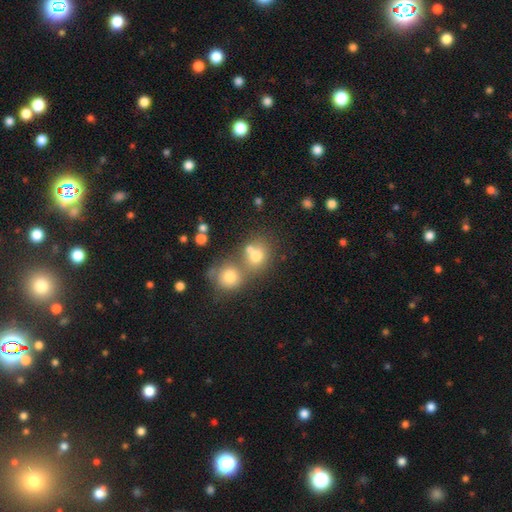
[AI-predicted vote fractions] Smooth or featured?
  - smooth: 72% *
  - star or artifact: 15%
  - featured or disk: 14%
How rounded?
  - round: 74% *
  - in between: 24%
  - cigar-shaped: 1%
Merging?
  - merger: 46% *
  - none: 41%
  - minor disturbance: 9%
  - major disturbance: 5%